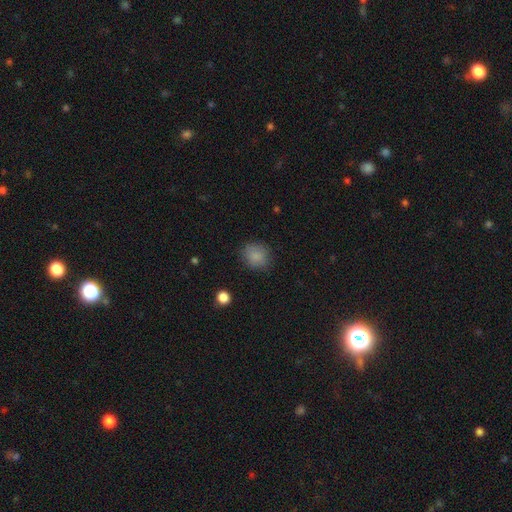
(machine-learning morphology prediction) Smooth or featured? smooth (84%)
How rounded? round (73%)
Merging? none (81%)